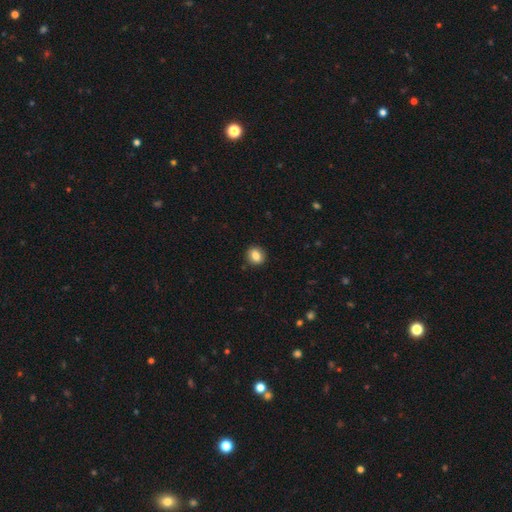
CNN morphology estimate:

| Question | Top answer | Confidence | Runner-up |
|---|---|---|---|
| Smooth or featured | smooth | 83% | star or artifact (9%) |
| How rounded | round | 72% | in between (26%) |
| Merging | none | 90% | minor disturbance (7%) |